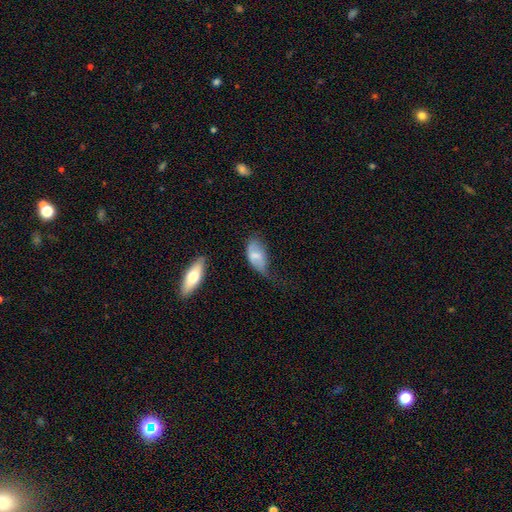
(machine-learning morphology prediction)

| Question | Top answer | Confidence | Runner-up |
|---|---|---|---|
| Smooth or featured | smooth | 69% | featured or disk (24%) |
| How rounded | in between | 92% | cigar-shaped (5%) |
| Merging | minor disturbance | 40% | none (30%) |